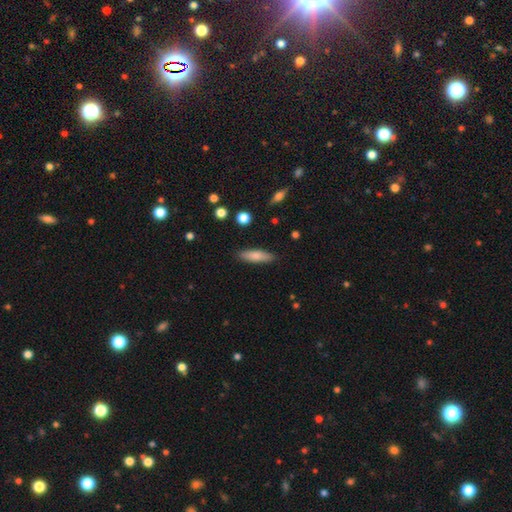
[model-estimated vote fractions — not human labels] Smooth or featured?
  - smooth: 77% *
  - featured or disk: 16%
  - star or artifact: 7%
How rounded?
  - cigar-shaped: 61% *
  - in between: 37%
  - round: 2%
Merging?
  - none: 88% *
  - minor disturbance: 9%
  - major disturbance: 2%
  - merger: 1%